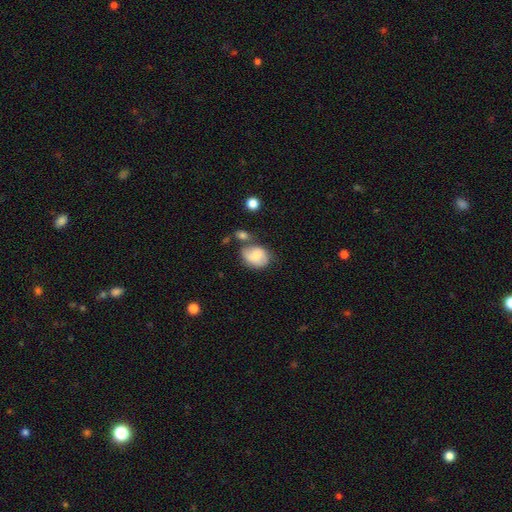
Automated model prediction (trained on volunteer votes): Q: Smooth or featured?
A: smooth (70%); runner-up: featured or disk (22%)
Q: How rounded?
A: in between (54%); runner-up: round (45%)
Q: Merging?
A: none (49%); runner-up: minor disturbance (25%)